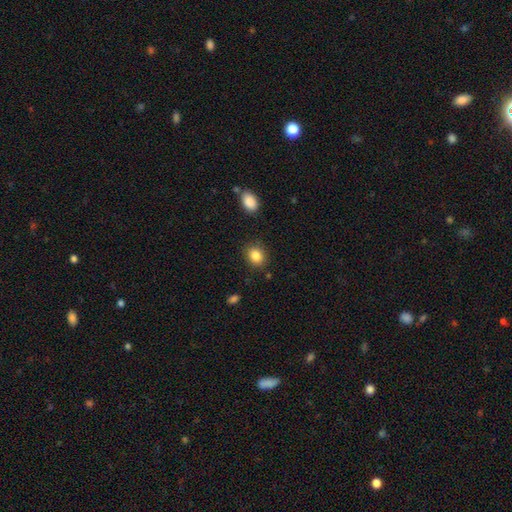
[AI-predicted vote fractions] smooth 86%, star or artifact 9%, featured or disk 5%. Down the decision tree: how rounded — round (53%); merging — none (84%).